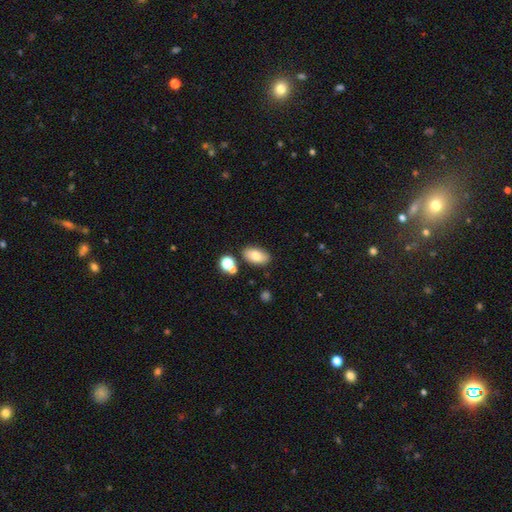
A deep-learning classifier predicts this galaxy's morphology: A smooth galaxy with no disk features (75%) that is in between round and cigar-shaped (91%). Merging: none (78%).